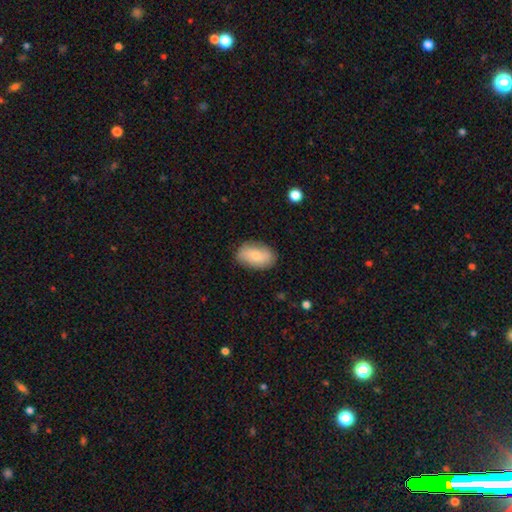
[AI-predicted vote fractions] This is likely a smooth galaxy (70%). How rounded: clearly in between (91%). Merging: clearly none (81%).